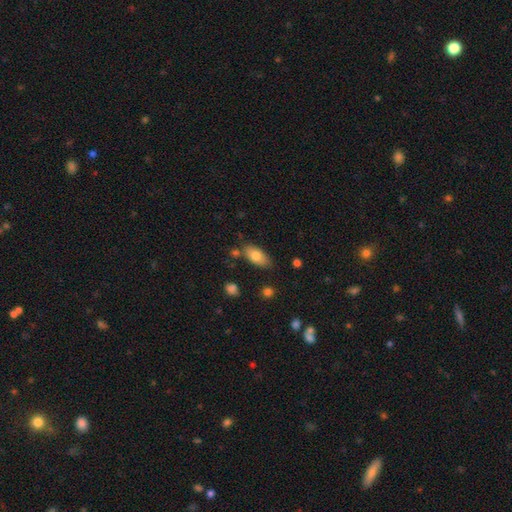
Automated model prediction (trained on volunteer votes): Smooth or featured? Predicted: smooth (p=0.79). How rounded? Predicted: in between (p=0.90). Merging? Predicted: none (p=0.74).